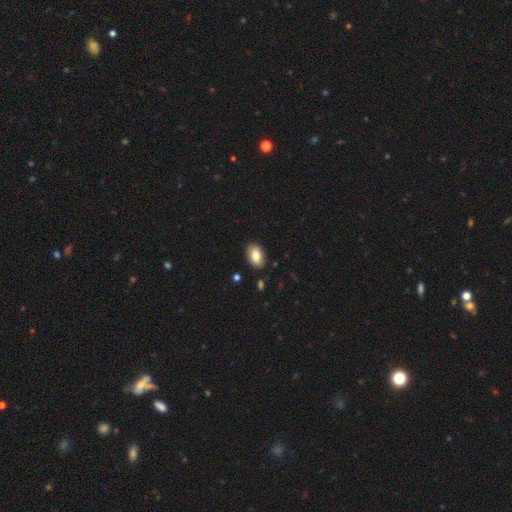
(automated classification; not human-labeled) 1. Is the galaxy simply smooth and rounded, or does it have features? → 84% smooth, 9% featured or disk, 7% star or artifact.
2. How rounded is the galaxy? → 91% in between, 8% round, 1% cigar-shaped.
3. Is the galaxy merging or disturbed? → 87% none, 9% minor disturbance, 2% major disturbance, 2% merger.